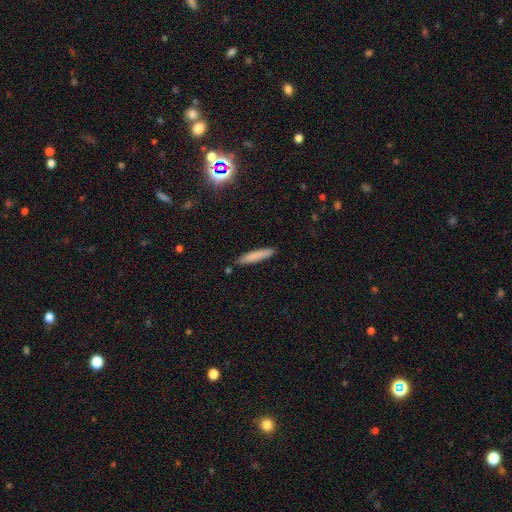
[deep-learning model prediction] This is likely a smooth galaxy (79%). How rounded: clearly cigar-shaped (90%). Merging: clearly none (87%).